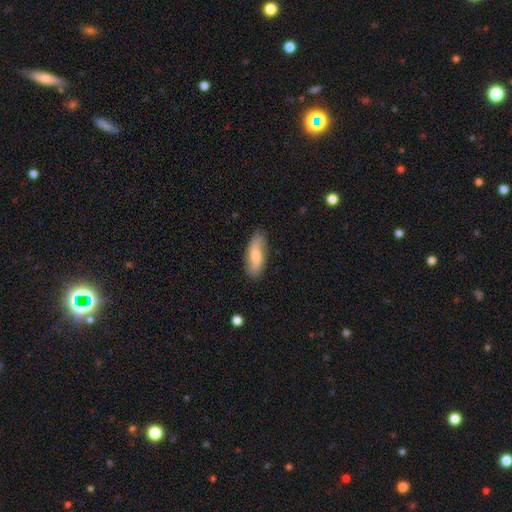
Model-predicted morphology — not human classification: smooth-or-featured: smooth: 58% | featured or disk: 36% | star or artifact: 6%
  how-rounded: in between: 70% | cigar-shaped: 27% | round: 3%
  merging: none: 81% | minor disturbance: 15% | major disturbance: 3% | merger: 1%